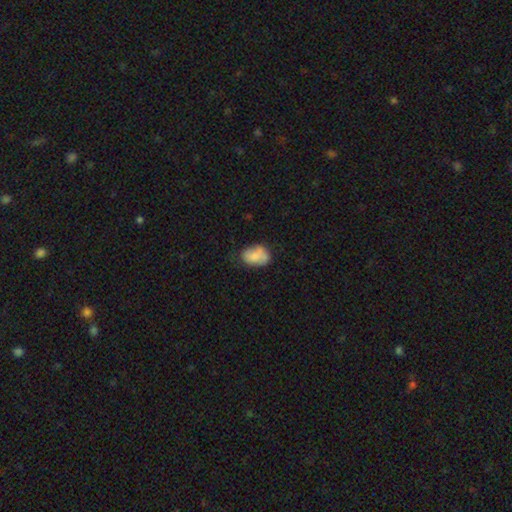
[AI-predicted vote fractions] smooth 75%, featured or disk 17%, star or artifact 8%. Down the decision tree: how rounded — in between (83%); merging — none (50%).